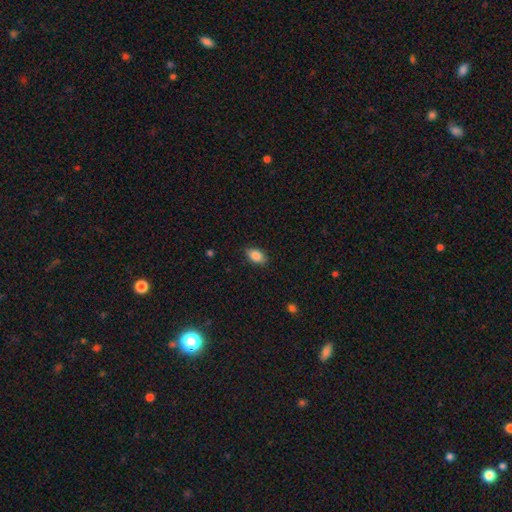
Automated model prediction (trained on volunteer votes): A smooth galaxy with no disk features (86%) that is in between round and cigar-shaped (90%). Merging: none (86%).